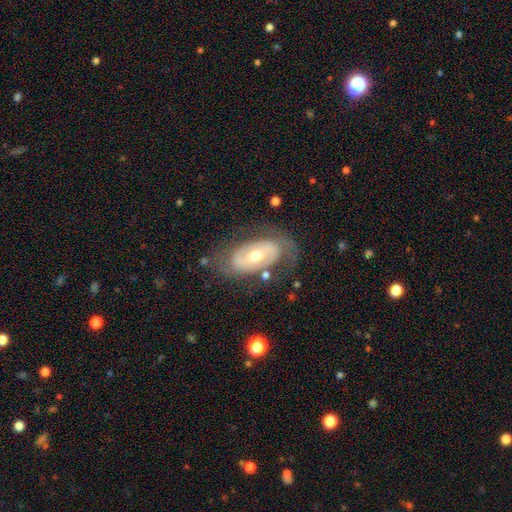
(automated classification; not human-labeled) Smooth or featured? featured or disk (75%)
Edge-on disk? no (93%)
Bar? no (45%)
Spiral arms? yes (75%)
Spiral winding? tight (46%)
Spiral arm count? 2 (66%)
Bulge size? moderate (65%)
Merging? none (66%)